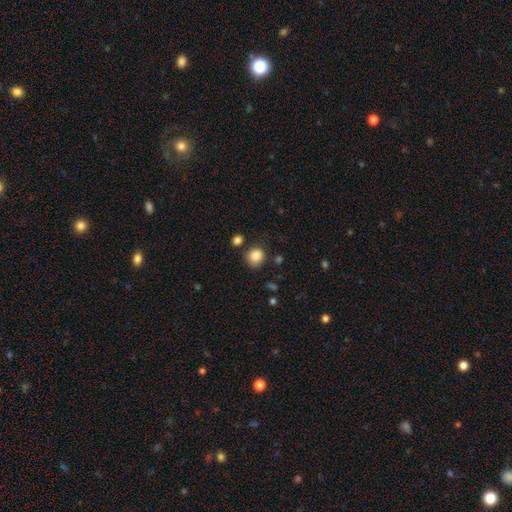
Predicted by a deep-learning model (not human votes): smooth-or-featured: smooth: 85% | star or artifact: 10% | featured or disk: 5%
  how-rounded: round: 86% | in between: 13% | cigar-shaped: 1%
  merging: none: 81% | minor disturbance: 11% | merger: 5% | major disturbance: 3%